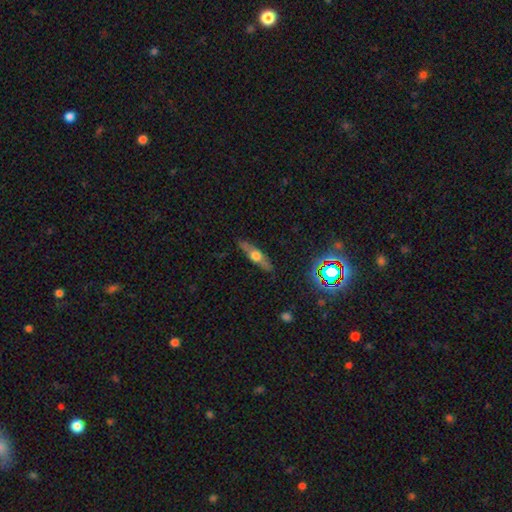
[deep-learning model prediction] featured or disk 56%, smooth 35%, star or artifact 8%. Down the decision tree: edge-on disk — yes (89%); merging — none (85%).